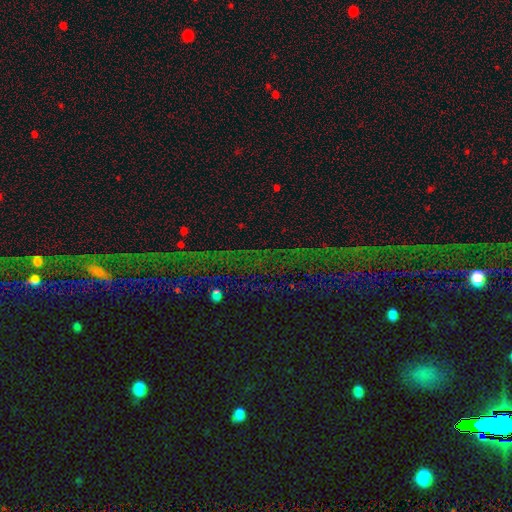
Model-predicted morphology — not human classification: smooth-or-featured: star or artifact: 79% | featured or disk: 11% | smooth: 10%